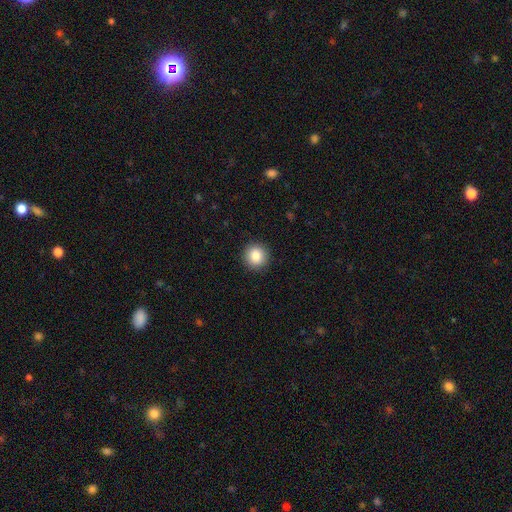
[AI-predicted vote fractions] This is clearly a smooth galaxy (85%). How rounded: clearly round (94%). Merging: clearly none (93%).